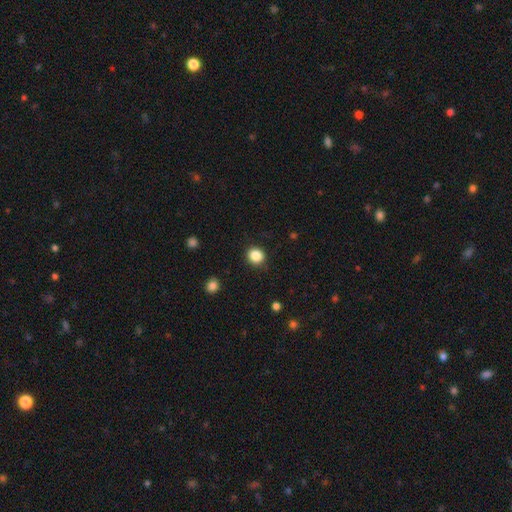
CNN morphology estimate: type=smooth (86%); roundness=round (86%); merging=none (90%).